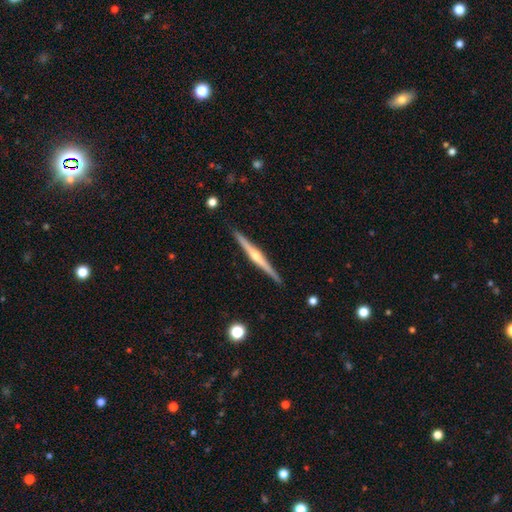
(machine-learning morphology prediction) A featured or disk galaxy (80%) viewed edge-on (98%) with a rounded central bulge (86%).

Vote fractions:
- Smooth or featured? featured or disk: 80% / smooth: 15% / star or artifact: 5%
- Edge-on disk? yes: 98% / no: 2%
- Edge-on bulge? rounded: 86% / none: 9% / boxy: 5%
- Merging? none: 92% / minor disturbance: 6% / major disturbance: 1% / merger: 1%